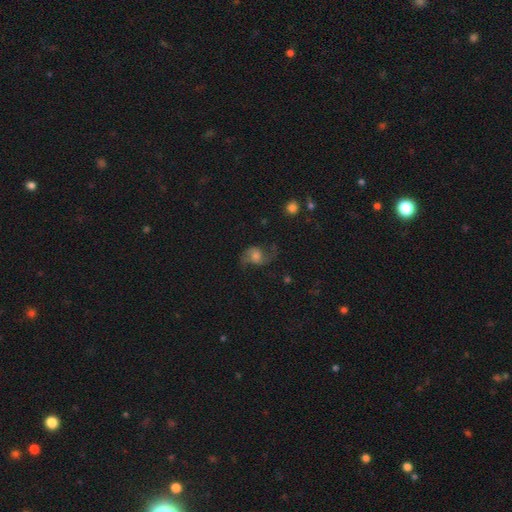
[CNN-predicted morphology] Smooth or featured: featured or disk — 67% (smooth — 22%)
Edge-on disk: no — 97% (yes — 3%)
Bar: no — 56% (weak — 36%)
Spiral arms: yes — 92% (no — 8%)
Spiral winding: loose — 66% (medium — 29%)
Spiral arm count: 2 — 90% (1 — 4%)
Bulge size: moderate — 45% (small — 22%)
Merging: none — 63% (minor disturbance — 19%)